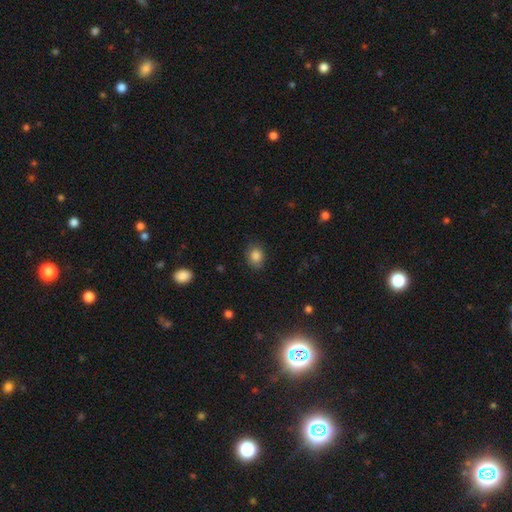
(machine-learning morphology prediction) smooth-or-featured: smooth: 85% | star or artifact: 10% | featured or disk: 5%
  how-rounded: round: 54% | in between: 45% | cigar-shaped: 1%
  merging: none: 83% | minor disturbance: 13% | major disturbance: 3% | merger: 1%